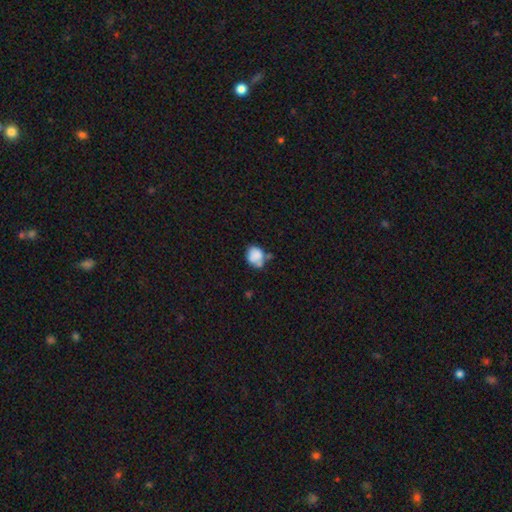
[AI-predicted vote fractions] Smooth or featured? smooth (78%)
How rounded? round (59%)
Merging? none (40%)